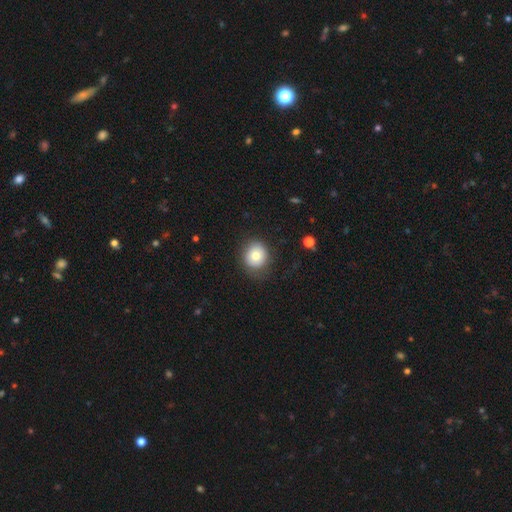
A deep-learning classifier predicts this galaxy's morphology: Q: Smooth or featured?
A: smooth (76%); runner-up: featured or disk (14%)
Q: How rounded?
A: round (82%); runner-up: in between (17%)
Q: Merging?
A: none (78%); runner-up: minor disturbance (15%)